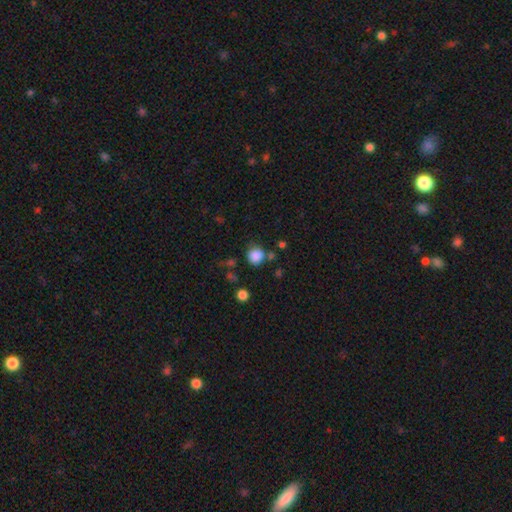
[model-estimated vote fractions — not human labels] Overall: smooth (85%). How rounded: round (85%). Merging: none (69%).